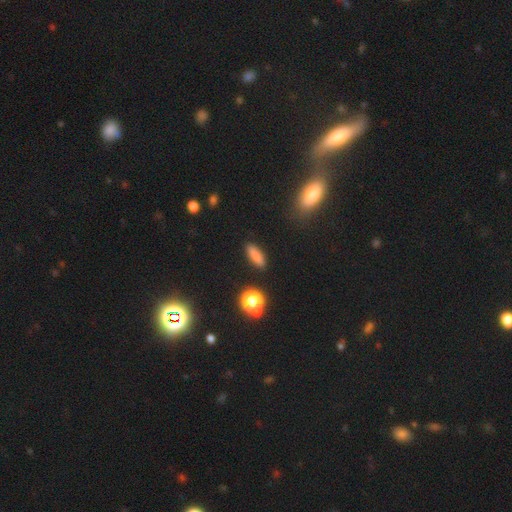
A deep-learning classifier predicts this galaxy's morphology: Smooth or featured: smooth — 81% (star or artifact — 12%)
How rounded: cigar-shaped — 57% (in between — 38%)
Merging: none — 89% (minor disturbance — 8%)